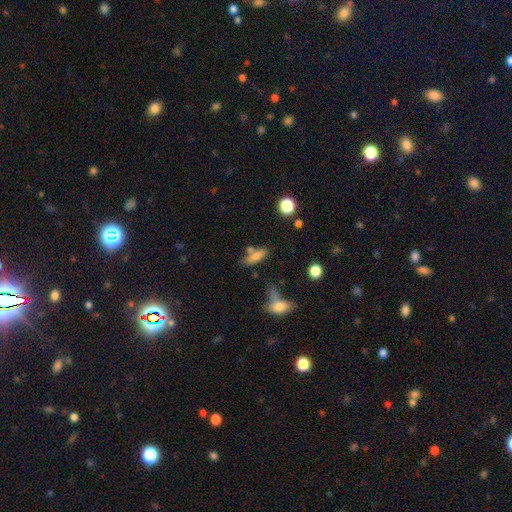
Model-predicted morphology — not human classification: A smooth galaxy with no disk features (69%) that is in between round and cigar-shaped (56%). Merging: none (54%).